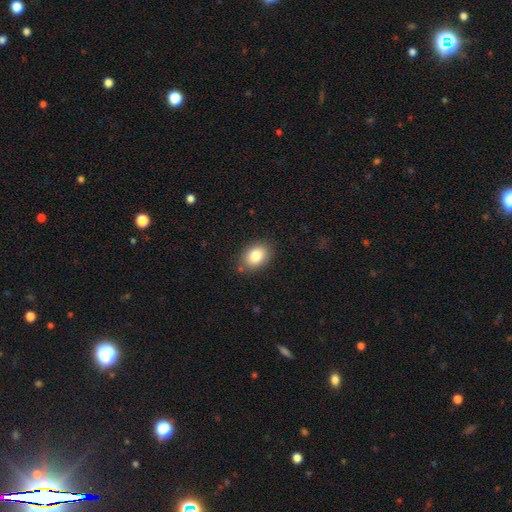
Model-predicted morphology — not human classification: A smooth galaxy with no disk features (83%) that is in between round and cigar-shaped (78%). Merging: none (83%).